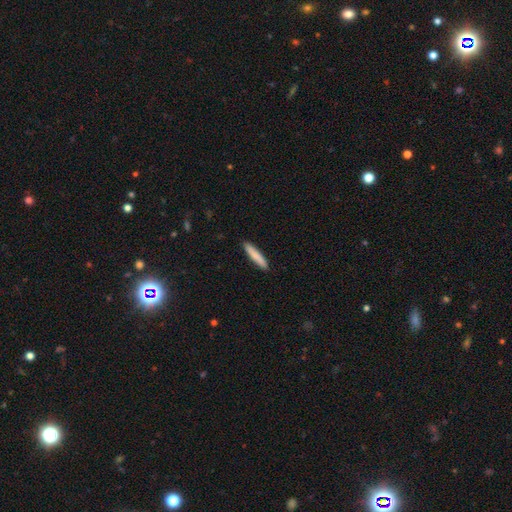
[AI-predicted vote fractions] smooth_or_featured: smooth (p=0.81) [alt: featured or disk p=0.13]
how_rounded: cigar-shaped (p=0.91) [alt: in between p=0.07]
merging: none (p=0.90) [alt: minor disturbance p=0.07]